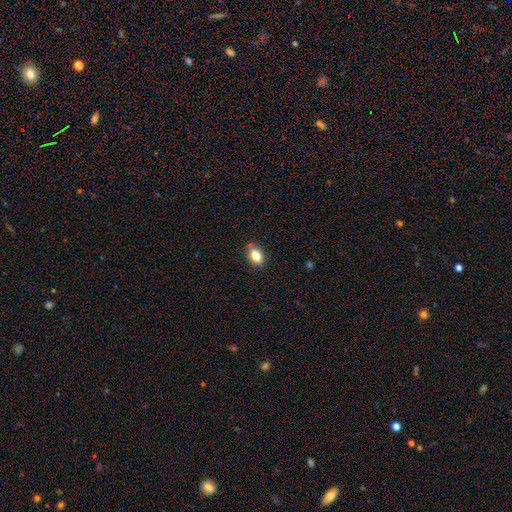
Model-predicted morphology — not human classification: A smooth galaxy with no disk features (82%) that is in between round and cigar-shaped (84%).

Vote fractions:
- Smooth or featured? smooth: 82% / featured or disk: 9% / star or artifact: 9%
- How rounded? in between: 84% / round: 14% / cigar-shaped: 2%
- Merging? none: 84% / minor disturbance: 12% / major disturbance: 2% / merger: 1%